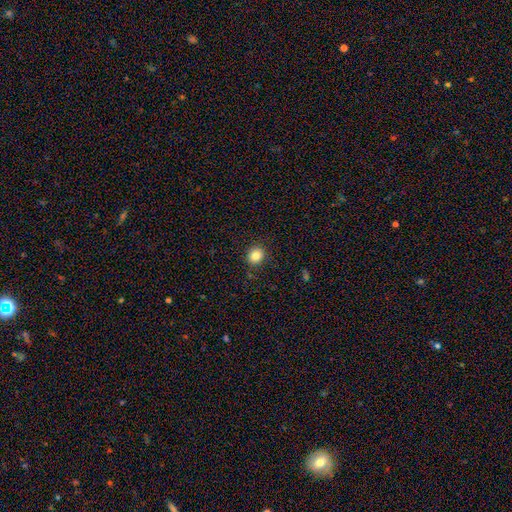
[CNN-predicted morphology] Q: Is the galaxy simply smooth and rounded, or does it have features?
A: smooth — 83%.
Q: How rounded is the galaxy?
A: round — 76%.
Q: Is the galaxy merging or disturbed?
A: none — 89%.